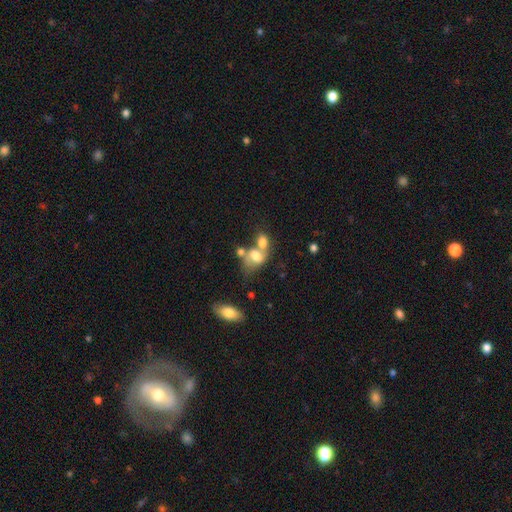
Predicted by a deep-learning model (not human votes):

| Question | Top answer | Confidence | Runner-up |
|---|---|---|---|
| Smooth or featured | smooth | 65% | featured or disk (25%) |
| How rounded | in between | 75% | round (23%) |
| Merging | merger | 60% | none (20%) |